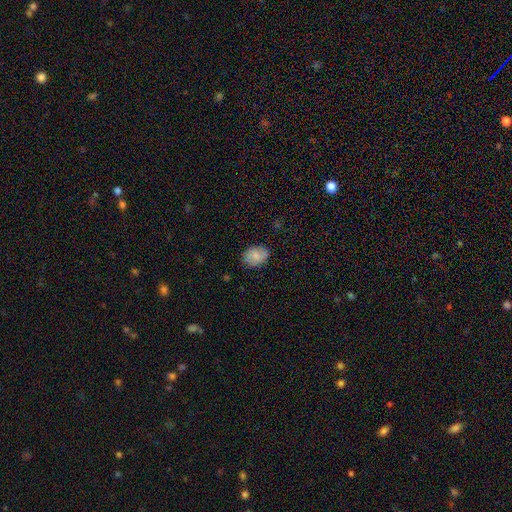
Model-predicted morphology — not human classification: A smooth galaxy with no disk features (81%) that is in between round and cigar-shaped (73%).

Vote fractions:
- Smooth or featured? smooth: 81% / featured or disk: 12% / star or artifact: 7%
- How rounded? in between: 73% / round: 26% / cigar-shaped: 1%
- Merging? none: 83% / minor disturbance: 13% / major disturbance: 3% / merger: 1%